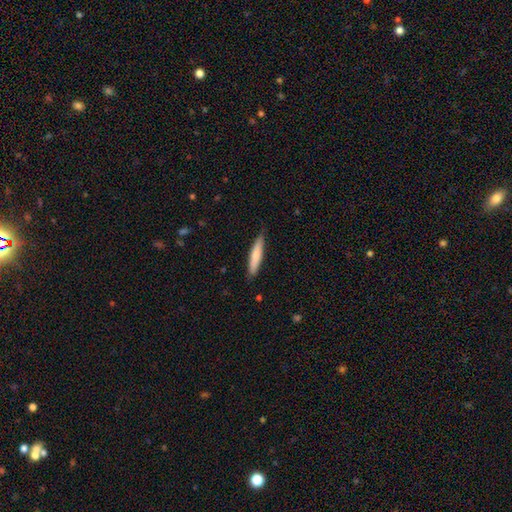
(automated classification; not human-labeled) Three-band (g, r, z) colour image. It shows a smooth galaxy with no disk features (74%) that is cigar-shaped (87%). Merging: none (85%).